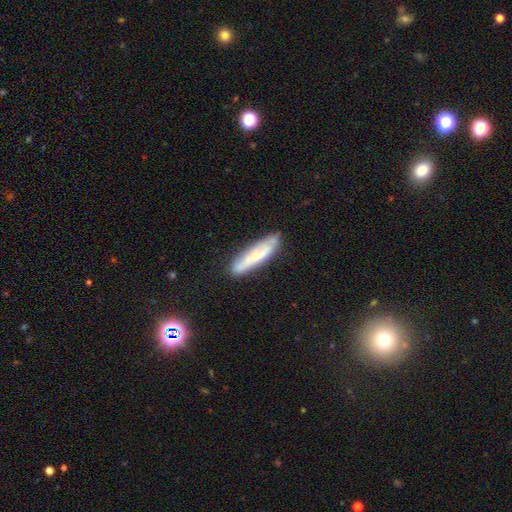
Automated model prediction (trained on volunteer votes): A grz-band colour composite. It shows a featured or disk galaxy (52%). Merging: none (76%).